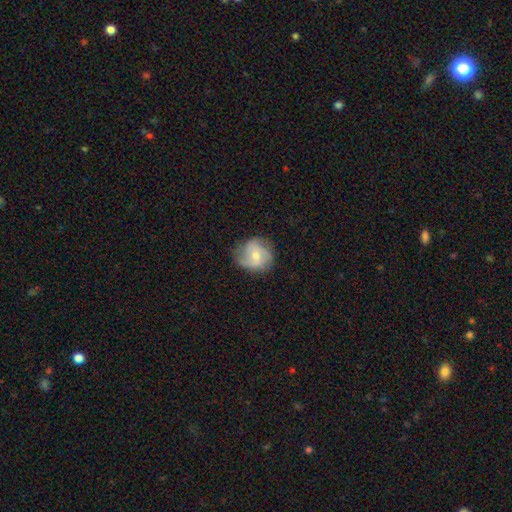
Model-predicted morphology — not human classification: Smooth or featured: featured or disk — 56% (smooth — 37%)
Edge-on disk: no — 97% (yes — 3%)
Bar: no — 56% (weak — 36%)
Spiral arms: yes — 86% (no — 14%)
Bulge size: moderate — 48% (small — 47%)
Merging: none — 69% (minor disturbance — 22%)